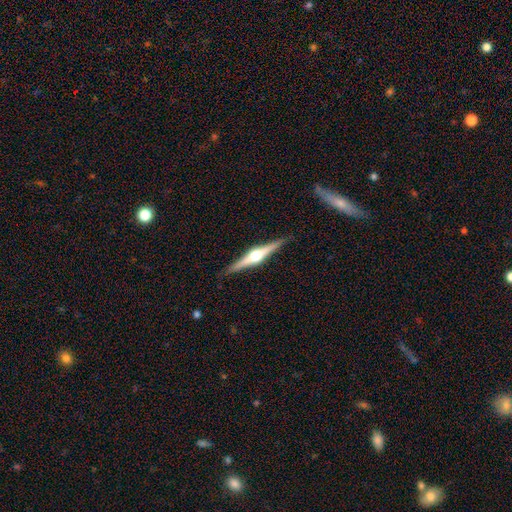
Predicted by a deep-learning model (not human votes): A featured or disk galaxy (83%) viewed edge-on (98%) with a rounded central bulge (95%). Merging: none (90%).